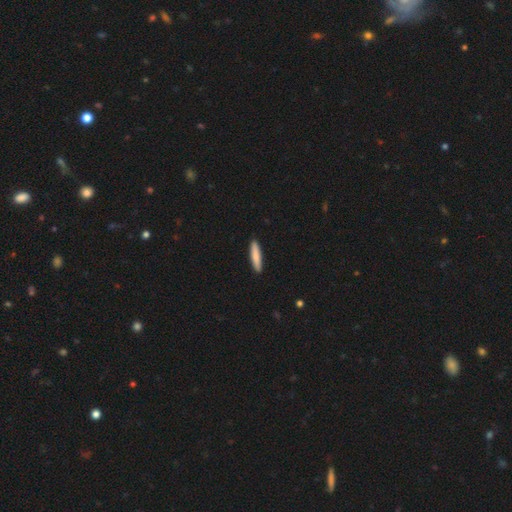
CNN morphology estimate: Smooth or featured: smooth — 84% (featured or disk — 11%)
How rounded: cigar-shaped — 88% (in between — 11%)
Merging: none — 91% (minor disturbance — 6%)